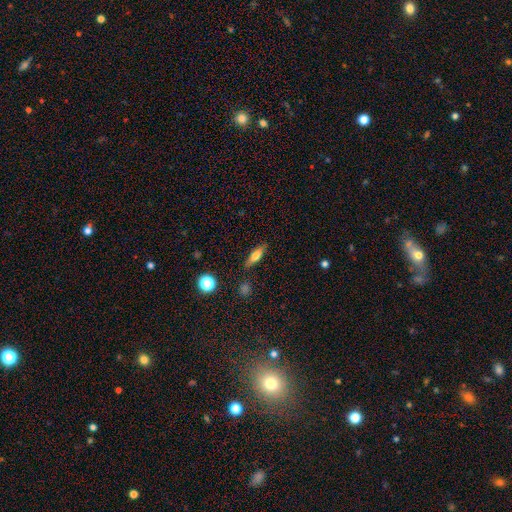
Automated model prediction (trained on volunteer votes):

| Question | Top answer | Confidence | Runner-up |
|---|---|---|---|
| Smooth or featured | smooth | 68% | featured or disk (23%) |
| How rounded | in between | 52% | cigar-shaped (44%) |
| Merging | none | 84% | minor disturbance (11%) |